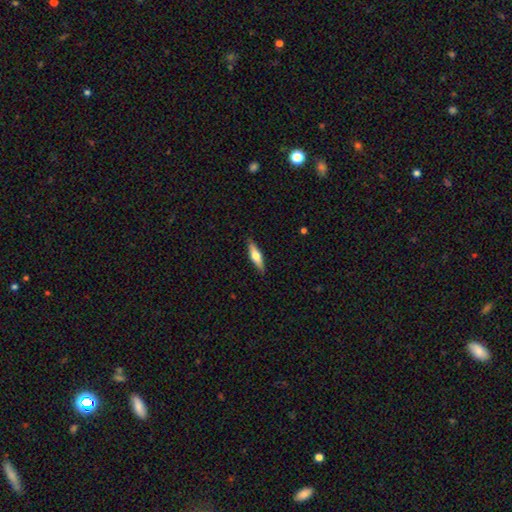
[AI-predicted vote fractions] Smooth or featured? Predicted: smooth (p=0.54). How rounded? Predicted: cigar-shaped (p=0.66). Merging? Predicted: none (p=0.88).